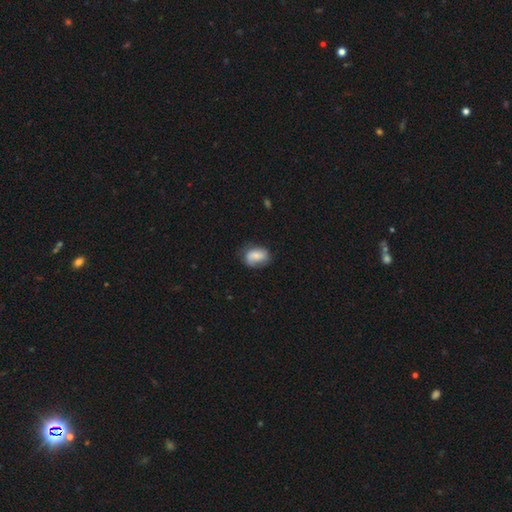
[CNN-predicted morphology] Smooth or featured: smooth — 73% (featured or disk — 19%)
How rounded: in between — 81% (round — 17%)
Merging: none — 60% (minor disturbance — 29%)